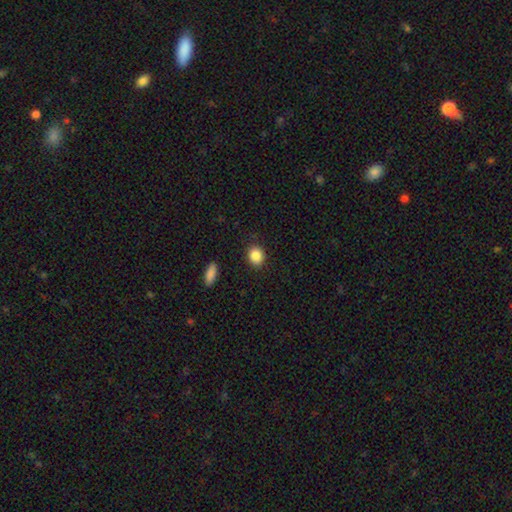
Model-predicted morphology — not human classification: type=smooth (87%); roundness=round (66%); merging=none (89%).